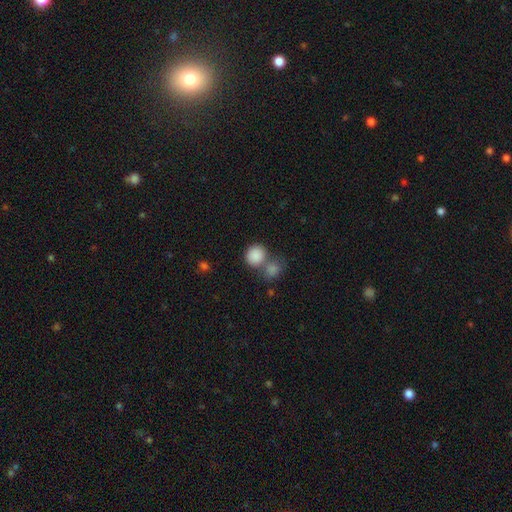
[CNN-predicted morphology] A smooth galaxy with no disk features (87%) that is round (77%). Merging: none (45%).